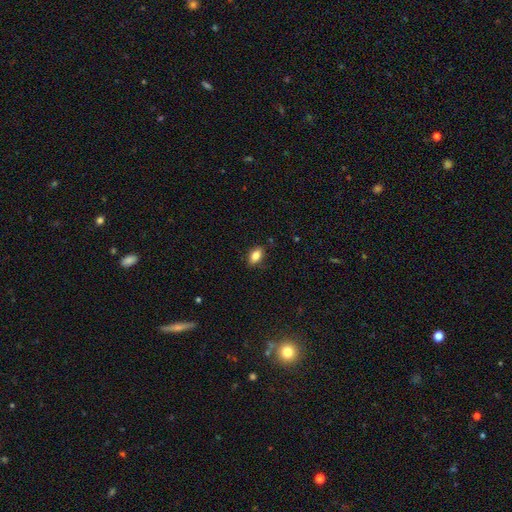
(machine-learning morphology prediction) This appears to be a smooth galaxy with no disk features (85%) that is in between round and cigar-shaped (89%). Merging: none (86%).